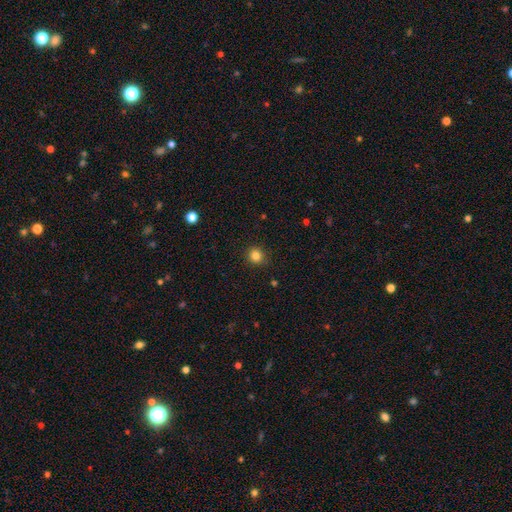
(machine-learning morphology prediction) The model was most divided on "smooth or featured": smooth: 83%, star or artifact: 12%, featured or disk: 5%. More confident: merging — none (90%); how rounded — round (89%).